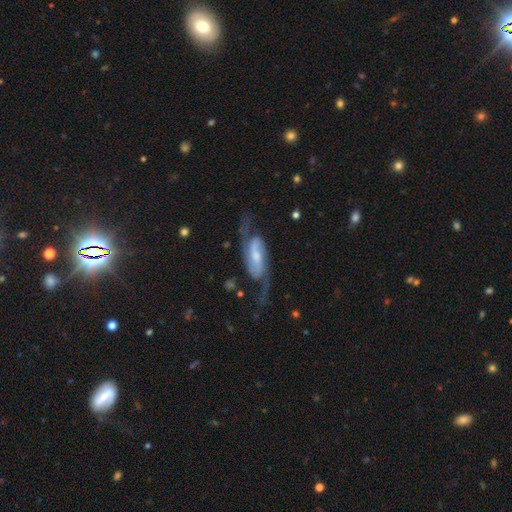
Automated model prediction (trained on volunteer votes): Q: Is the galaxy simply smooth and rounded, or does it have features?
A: featured or disk — 86%.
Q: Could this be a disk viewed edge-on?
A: no — 93%.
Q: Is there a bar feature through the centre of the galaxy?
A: weak — 44%.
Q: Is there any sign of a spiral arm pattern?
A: yes — 97%.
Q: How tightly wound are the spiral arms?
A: medium — 44%.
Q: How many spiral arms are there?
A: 2 — 90%.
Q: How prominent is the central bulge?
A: moderate — 40%.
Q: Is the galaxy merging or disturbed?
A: none — 65%.